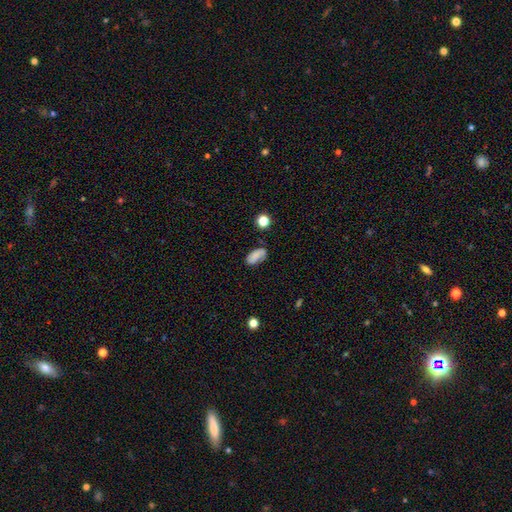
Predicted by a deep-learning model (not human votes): Smooth or featured? smooth (74%)
How rounded? in between (91%)
Merging? none (66%)